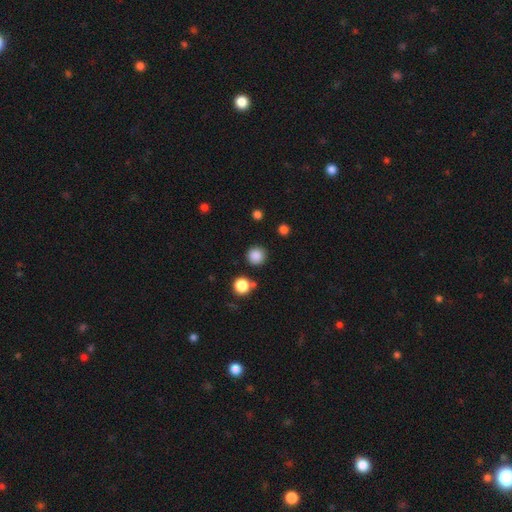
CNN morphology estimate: A smooth galaxy with no disk features (85%) that is round (94%). Merging: none (88%).